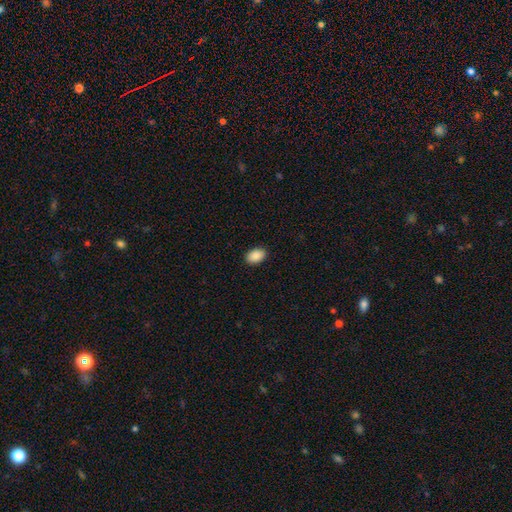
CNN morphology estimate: A smooth galaxy with no disk features (90%) that is in between round and cigar-shaped (86%).

Vote fractions:
- Smooth or featured? smooth: 90% / star or artifact: 7% / featured or disk: 3%
- How rounded? in between: 86% / round: 13% / cigar-shaped: 1%
- Merging? none: 90% / minor disturbance: 7% / major disturbance: 2% / merger: 1%